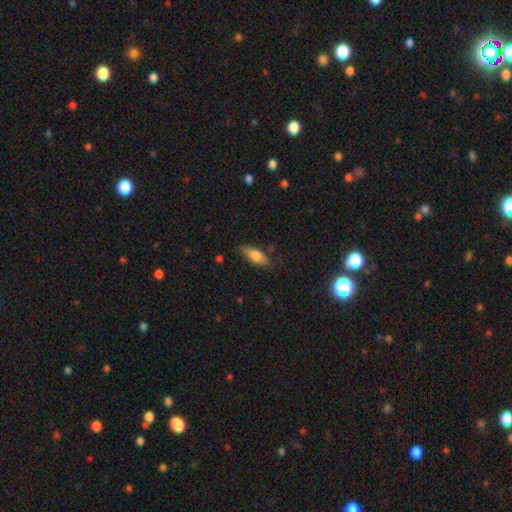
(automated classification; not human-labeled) A smooth galaxy with no disk features (75%) that is in between round and cigar-shaped (72%). Merging: none (74%).